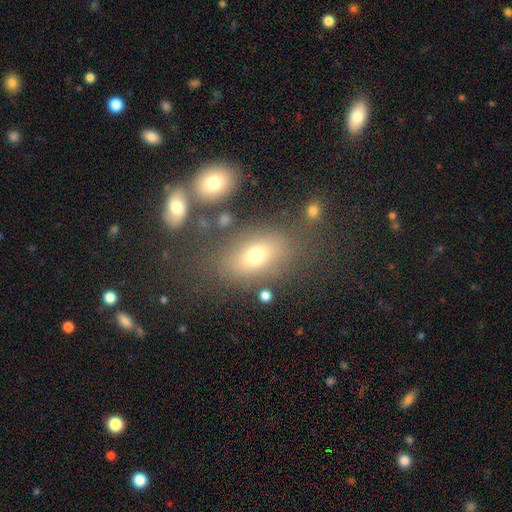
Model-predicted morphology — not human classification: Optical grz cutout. It shows a smooth galaxy with no disk features (68%) that is in between round and cigar-shaped (81%). Merging: none (71%).